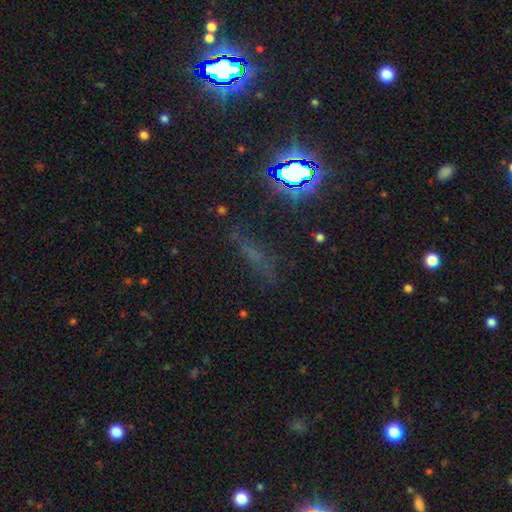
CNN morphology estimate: A star or artifact, not a galaxy (46%).

Vote fractions:
- Smooth or featured? star or artifact: 46% / smooth: 33% / featured or disk: 21%